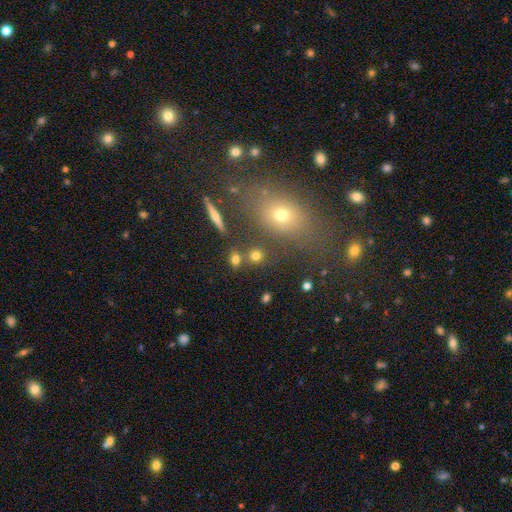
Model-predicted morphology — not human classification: This appears to be a smooth galaxy with no disk features (72%) that is round (82%). Merging: none (74%).